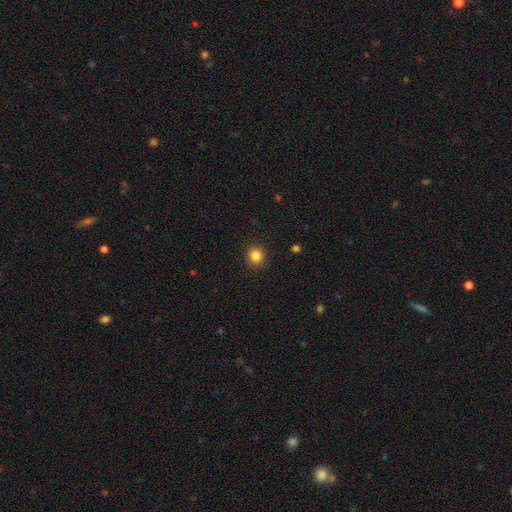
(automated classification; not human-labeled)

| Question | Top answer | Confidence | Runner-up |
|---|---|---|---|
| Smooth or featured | smooth | 85% | star or artifact (11%) |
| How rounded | round | 86% | in between (14%) |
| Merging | none | 91% | minor disturbance (6%) |